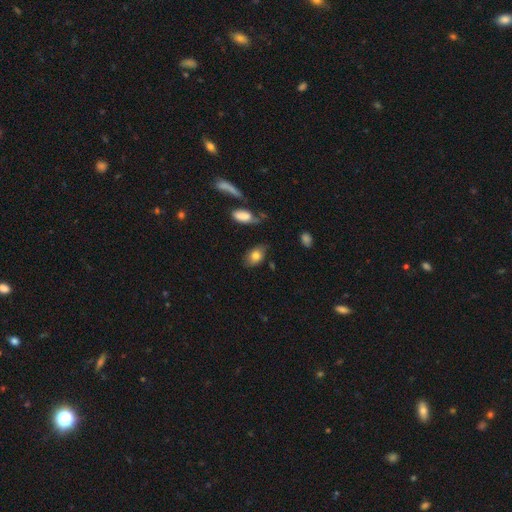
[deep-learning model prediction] A smooth galaxy with no disk features (77%) that is in between round and cigar-shaped (87%).

Vote fractions:
- Smooth or featured? smooth: 77% / featured or disk: 15% / star or artifact: 8%
- How rounded? in between: 87% / round: 11% / cigar-shaped: 2%
- Merging? none: 67% / minor disturbance: 22% / major disturbance: 8% / merger: 3%